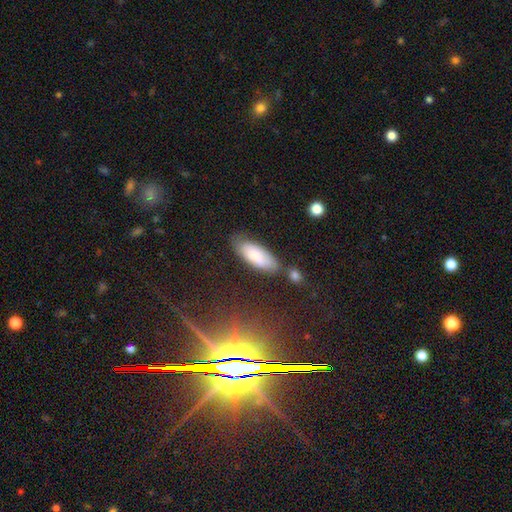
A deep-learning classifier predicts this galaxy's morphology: Smooth or featured? smooth (79%)
How rounded? in between (75%)
Merging? none (67%)